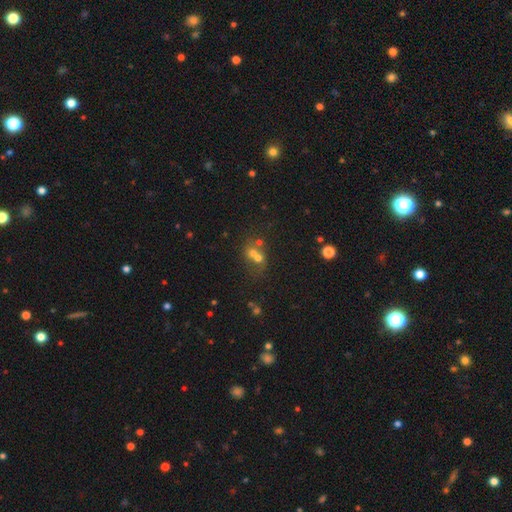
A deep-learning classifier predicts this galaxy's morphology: type=smooth (54%); roundness=round (73%); merging=merger (59%).